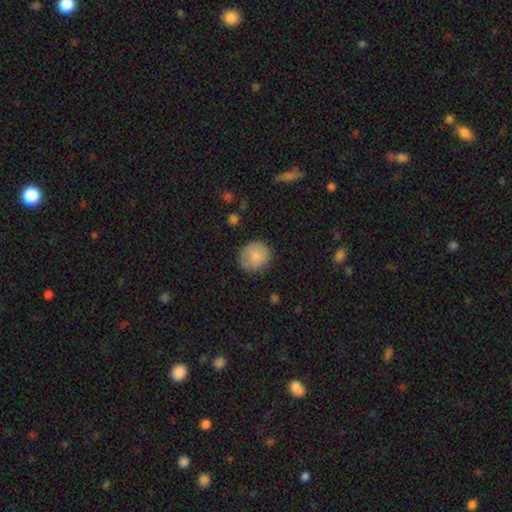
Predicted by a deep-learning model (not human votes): This is clearly a smooth galaxy (85%). How rounded: clearly round (88%). Merging: clearly none (82%).